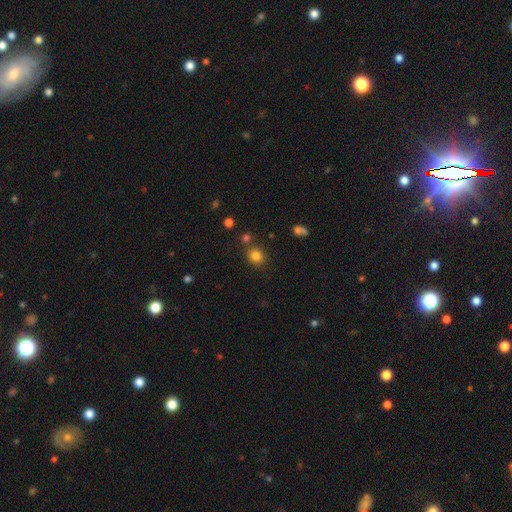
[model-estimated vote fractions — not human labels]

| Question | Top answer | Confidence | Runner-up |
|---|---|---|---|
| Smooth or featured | smooth | 81% | star or artifact (14%) |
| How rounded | round | 81% | in between (19%) |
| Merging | none | 79% | minor disturbance (10%) |